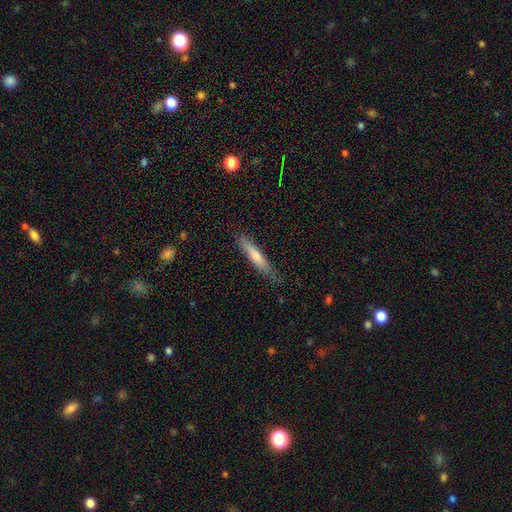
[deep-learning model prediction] Morphology: type=smooth (63%); roundness=cigar-shaped (90%); merging=none (76%).